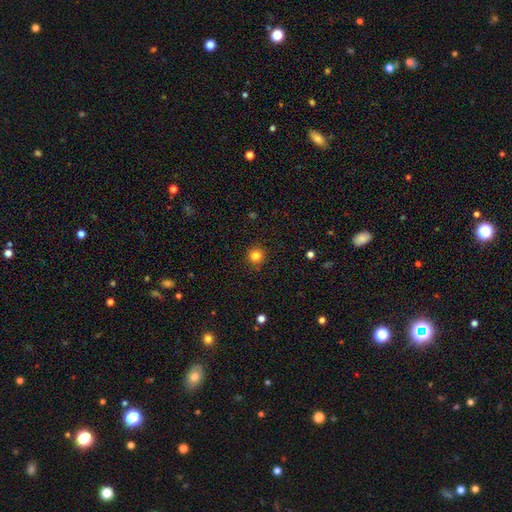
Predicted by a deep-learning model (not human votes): Smooth or featured? Predicted: smooth (p=0.82). How rounded? Predicted: round (p=0.94). Merging? Predicted: none (p=0.90).